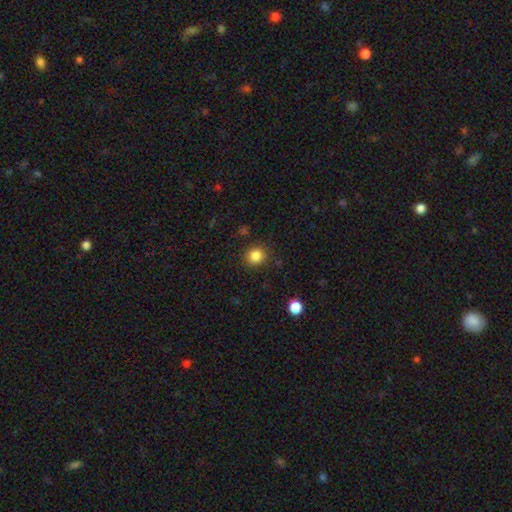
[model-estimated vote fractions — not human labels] smooth-or-featured: smooth: 85% | star or artifact: 11% | featured or disk: 4%
  how-rounded: round: 87% | in between: 12% | cigar-shaped: 1%
  merging: none: 86% | minor disturbance: 9% | major disturbance: 3% | merger: 2%